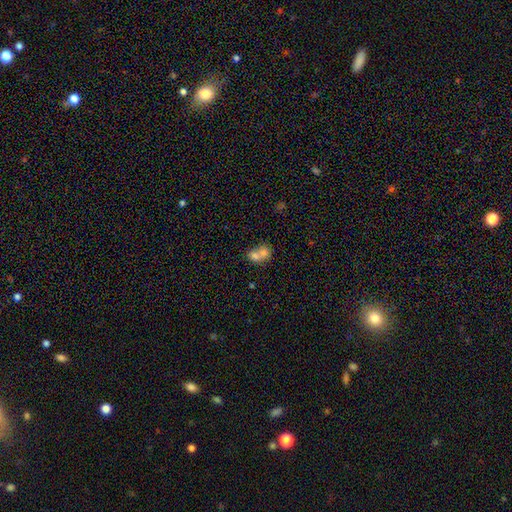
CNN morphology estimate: Q: Smooth or featured?
A: smooth (69%); runner-up: featured or disk (20%)
Q: How rounded?
A: round (56%); runner-up: in between (43%)
Q: Merging?
A: merger (73%); runner-up: none (19%)